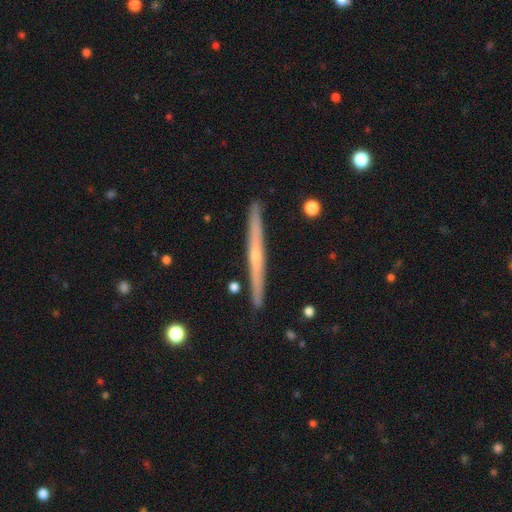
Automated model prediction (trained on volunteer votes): smooth_or_featured: featured or disk (p=0.69) [alt: smooth p=0.26]
disk_edge_on: yes (p=0.97) [alt: no p=0.03]
edge_on_bulge: rounded (p=0.56) [alt: none p=0.41]
merging: none (p=0.91) [alt: minor disturbance p=0.06]